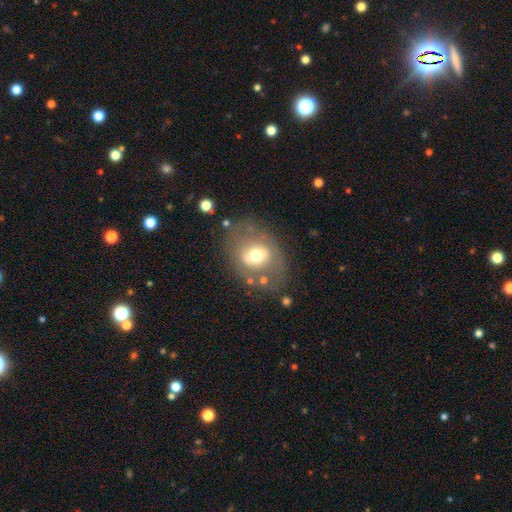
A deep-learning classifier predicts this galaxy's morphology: smooth-or-featured: smooth: 49% | featured or disk: 42% | star or artifact: 9%
  merging: none: 68% | minor disturbance: 17% | major disturbance: 11% | merger: 5%